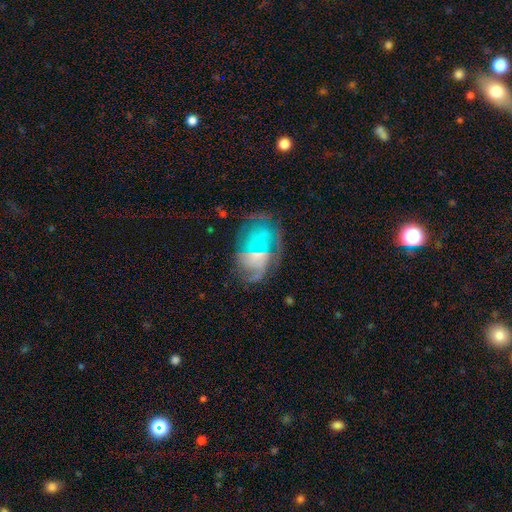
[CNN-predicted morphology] Smooth or featured? Predicted: featured or disk (p=0.65). Edge-on disk? Predicted: no (p=0.97). Bar? Predicted: no (p=0.54). Spiral arms? Predicted: yes (p=0.80). Bulge size? Predicted: small (p=0.47). Merging? Predicted: none (p=0.54).